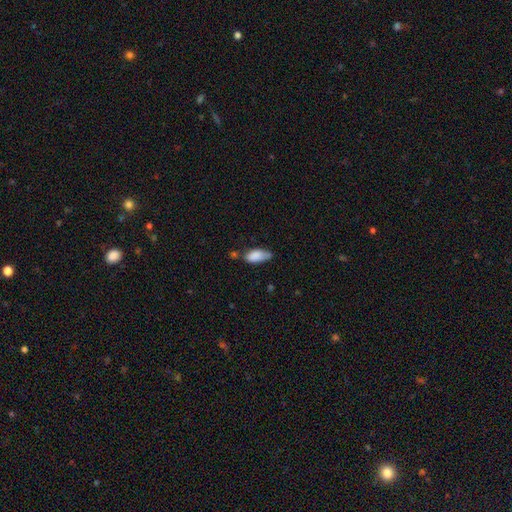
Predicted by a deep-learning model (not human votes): smooth 84%, featured or disk 9%, star or artifact 7%. Down the decision tree: how rounded — in between (86%); merging — none (46%).